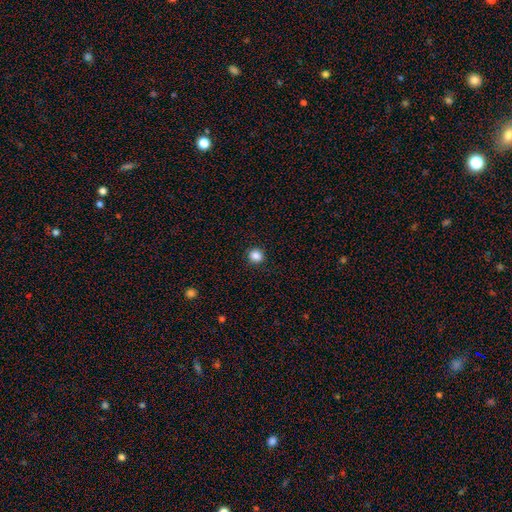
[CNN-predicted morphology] smooth-or-featured: smooth: 86% | star or artifact: 11% | featured or disk: 3%
  how-rounded: round: 82% | in between: 17% | cigar-shaped: 1%
  merging: none: 90% | minor disturbance: 7% | major disturbance: 2% | merger: 1%